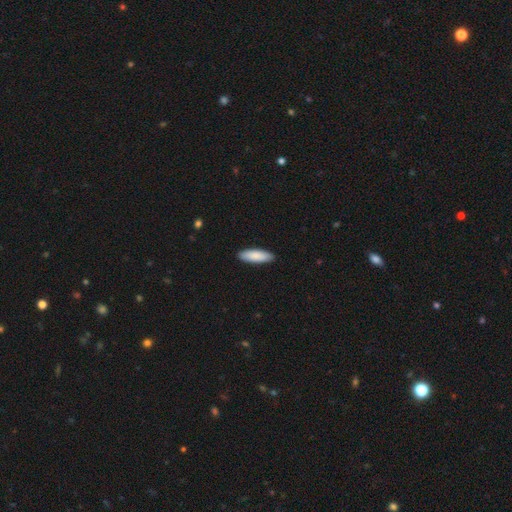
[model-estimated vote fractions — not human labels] This appears to be a smooth galaxy with no disk features (87%) that is in between round and cigar-shaped (50%). Merging: none (91%).